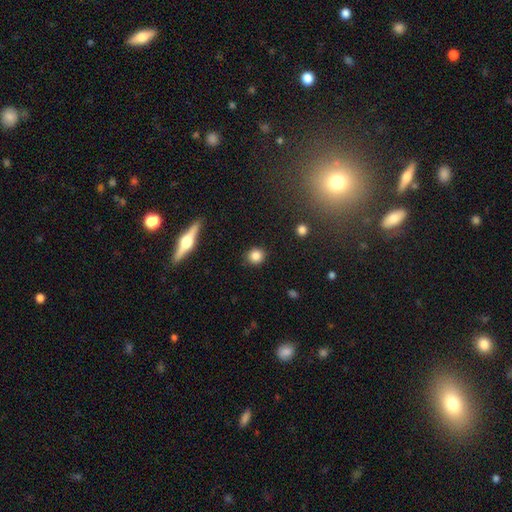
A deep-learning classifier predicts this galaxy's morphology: This appears to be a smooth galaxy with no disk features (84%) that is round (89%). Merging: none (89%).